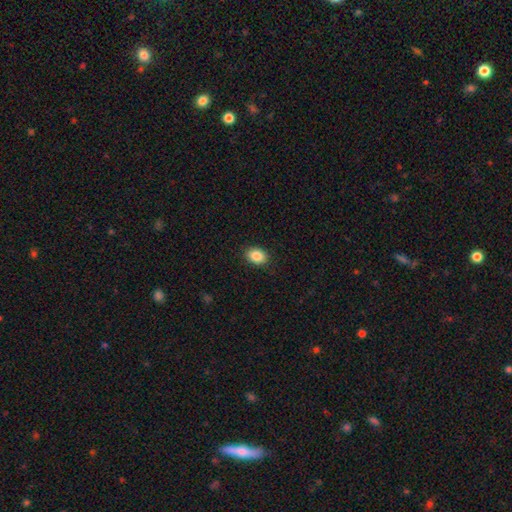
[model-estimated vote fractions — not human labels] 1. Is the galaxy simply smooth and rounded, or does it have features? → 87% smooth, 8% star or artifact, 4% featured or disk.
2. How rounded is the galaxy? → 74% in between, 25% round, 1% cigar-shaped.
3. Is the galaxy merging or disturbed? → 89% none, 8% minor disturbance, 2% major disturbance, 1% merger.